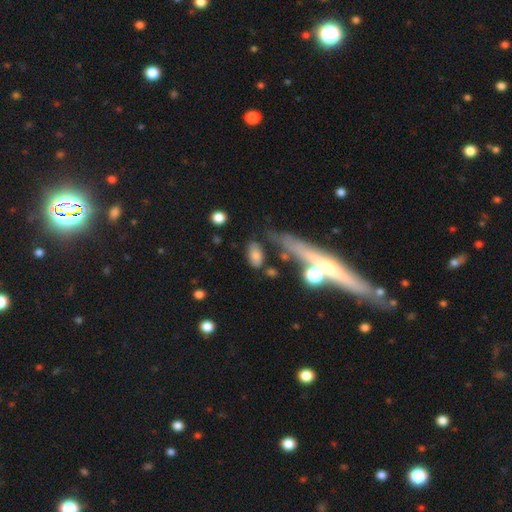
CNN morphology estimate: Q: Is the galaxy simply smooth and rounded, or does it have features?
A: smooth — 74%.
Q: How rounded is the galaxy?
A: in between — 87%.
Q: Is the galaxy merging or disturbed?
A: none — 67%.